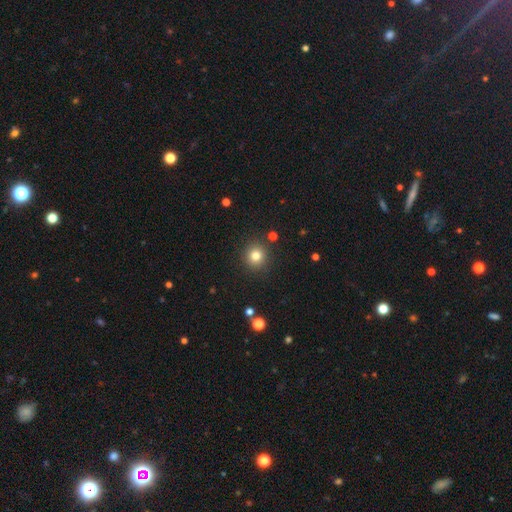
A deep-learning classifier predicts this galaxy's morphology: smooth-or-featured: smooth: 81% | star or artifact: 13% | featured or disk: 6%
  how-rounded: round: 91% | in between: 8% | cigar-shaped: 1%
  merging: none: 89% | minor disturbance: 6% | major disturbance: 2% | merger: 2%